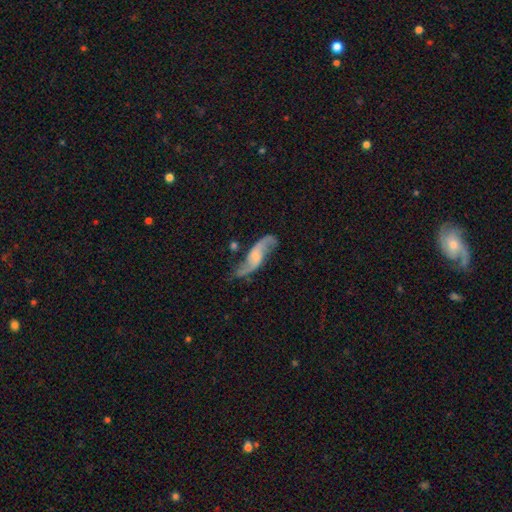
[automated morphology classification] This is clearly a featured or disk galaxy (84%). It is clearly not viewed edge-on (92%). Bar: possibly no (46%). Spiral arm pattern: clearly yes (95%). Spiral arm count: clearly 2 (93%). Spiral winding: clearly loose (81%). Central bulge: marginally small (38%). Merging: likely none (68%).